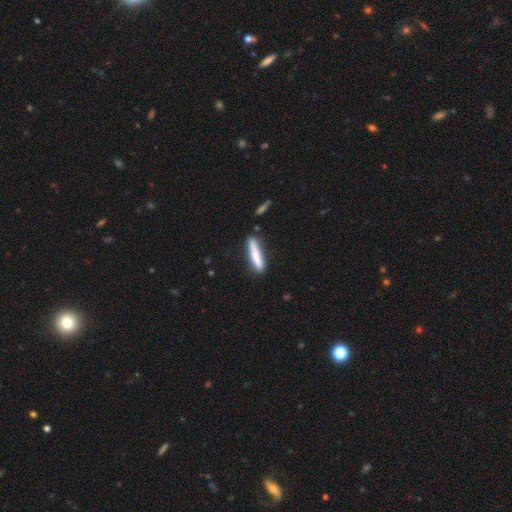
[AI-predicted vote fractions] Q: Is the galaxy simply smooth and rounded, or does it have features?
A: smooth — 75%.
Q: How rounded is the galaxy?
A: cigar-shaped — 90%.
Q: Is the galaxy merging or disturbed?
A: none — 81%.